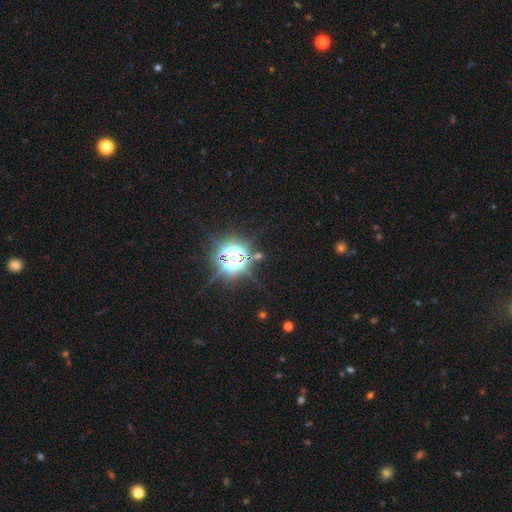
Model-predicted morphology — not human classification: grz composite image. It shows a star or artifact, not a galaxy (80%).